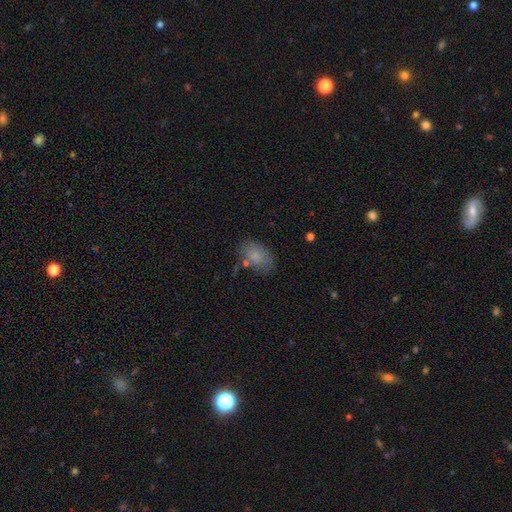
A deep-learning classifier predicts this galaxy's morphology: Smooth or featured? Predicted: smooth (p=0.82). How rounded? Predicted: in between (p=0.87). Merging? Predicted: none (p=0.69).